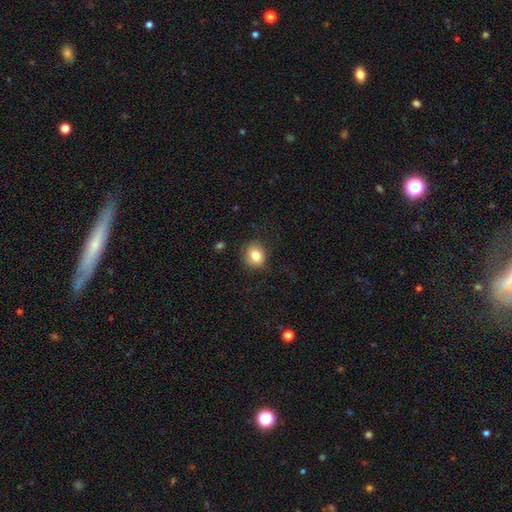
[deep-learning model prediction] Overall: smooth (81%). How rounded: round (73%). Merging: none (81%).